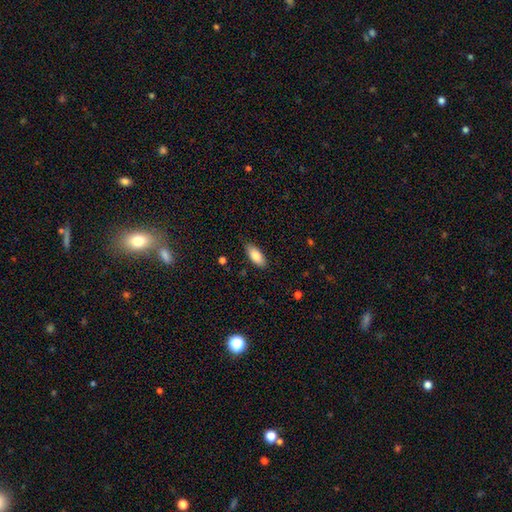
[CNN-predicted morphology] smooth 83%, featured or disk 11%, star or artifact 7%. Down the decision tree: how rounded — in between (85%); merging — none (83%).